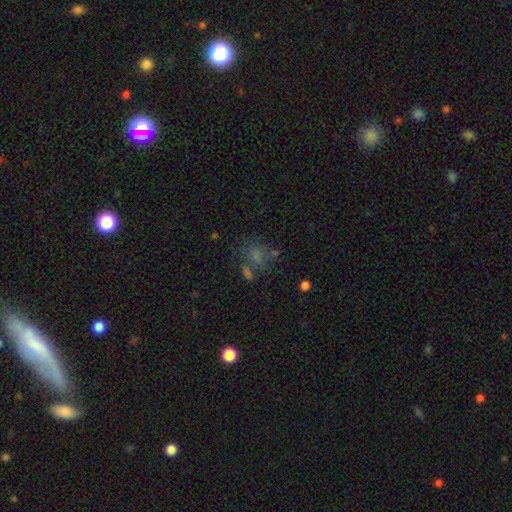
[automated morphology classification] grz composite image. It shows a smooth galaxy with no disk features (59%) that is round (50%). Merging: none (46%).